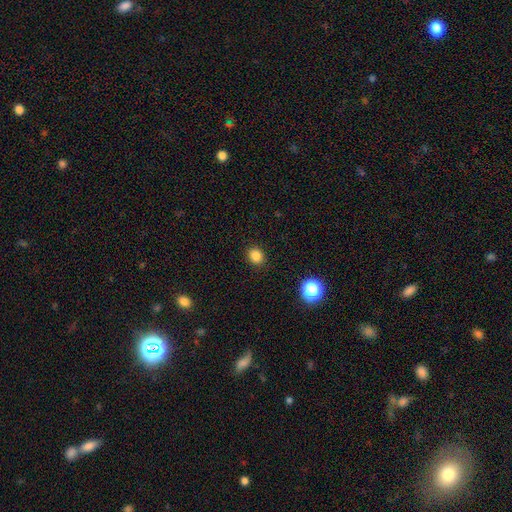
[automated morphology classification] The model was most divided on "how rounded": round: 67%, in between: 32%, cigar-shaped: 1%. More confident: merging — none (90%); smooth or featured — smooth (84%).